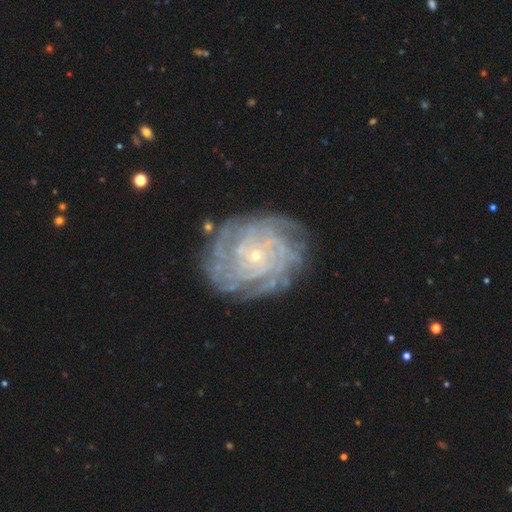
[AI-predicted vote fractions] smooth-or-featured: featured or disk: 87% | smooth: 7% | star or artifact: 6%
  disk-edge-on: no: 97% | yes: 3%
    bar: no: 79% | weak: 16% | strong: 5%
    has-spiral-arms: yes: 96% | no: 4%
      spiral-winding: tight: 81% | medium: 16% | loose: 4%
      spiral-arm-count: can't tell: 28% | more than 4: 25% | 4: 20% | 3: 10% | 2: 9% | 1: 7%
    bulge-size: small: 87% | moderate: 9% | none: 2% | large: 1% | dominant: 1%
  merging: none: 79% | minor disturbance: 14% | major disturbance: 5% | merger: 2%